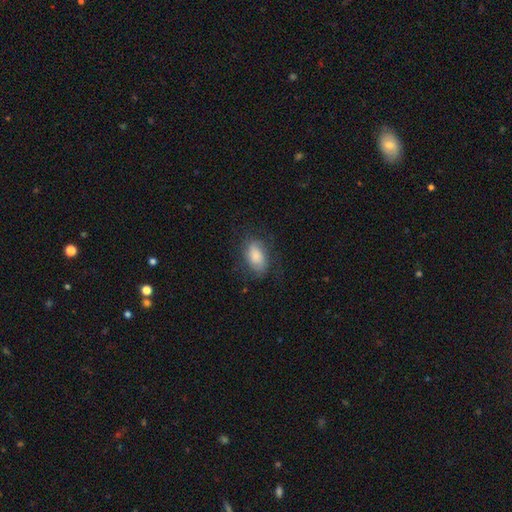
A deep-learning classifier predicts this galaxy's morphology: This appears to be a smooth galaxy with no disk features (68%) that is in between round and cigar-shaped (90%). Merging: none (67%).